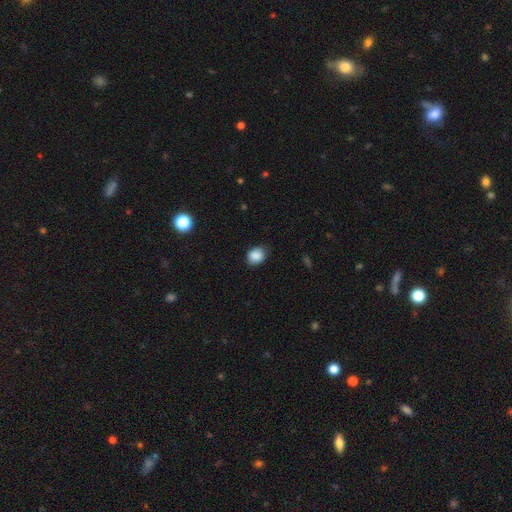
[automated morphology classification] This is clearly a smooth galaxy (88%). How rounded: possibly round (53%). Merging: clearly none (82%).